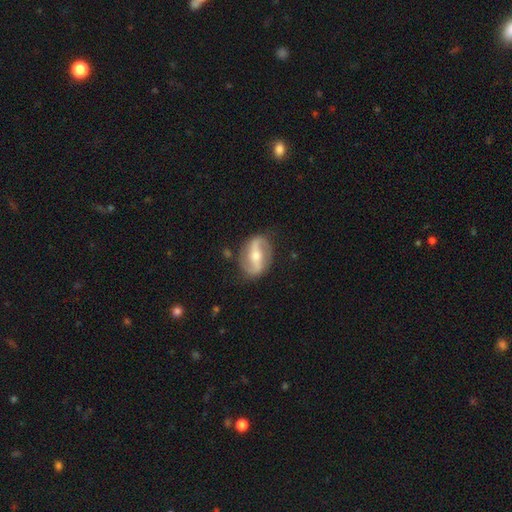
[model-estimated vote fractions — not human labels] Q: Smooth or featured?
A: featured or disk (82%); runner-up: smooth (13%)
Q: Edge-on disk?
A: no (93%); runner-up: yes (7%)
Q: Bar?
A: strong (60%); runner-up: weak (25%)
Q: Spiral arms?
A: yes (86%); runner-up: no (14%)
Q: Spiral winding?
A: loose (51%); runner-up: medium (34%)
Q: Spiral arm count?
A: 2 (91%); runner-up: can't tell (4%)
Q: Bulge size?
A: moderate (57%); runner-up: small (35%)
Q: Merging?
A: none (81%); runner-up: minor disturbance (13%)